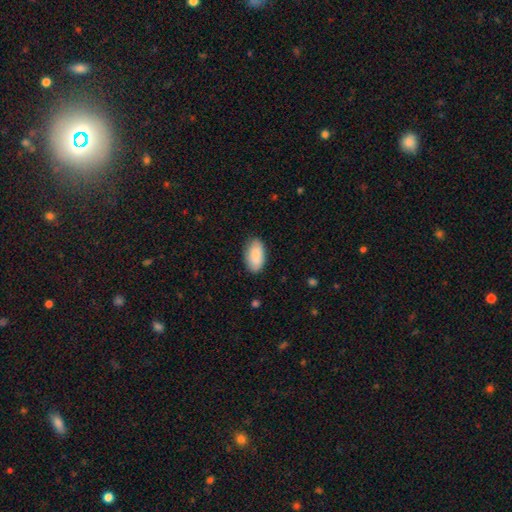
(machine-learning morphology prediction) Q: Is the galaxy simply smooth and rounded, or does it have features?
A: smooth — 89%.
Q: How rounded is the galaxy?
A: in between — 95%.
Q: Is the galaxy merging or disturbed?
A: none — 85%.